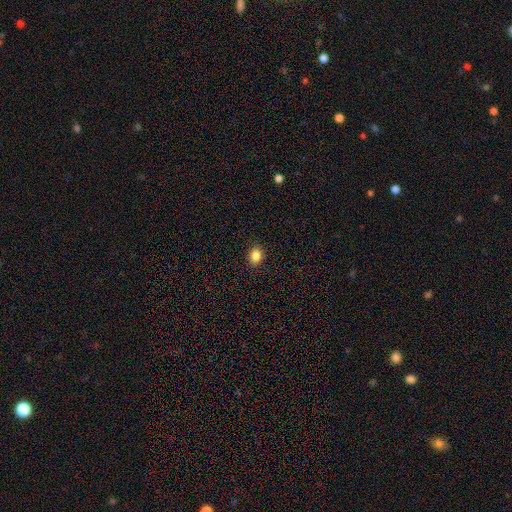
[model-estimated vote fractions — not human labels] Smooth or featured? Predicted: smooth (p=0.85). How rounded? Predicted: round (p=0.50). Merging? Predicted: none (p=0.90).